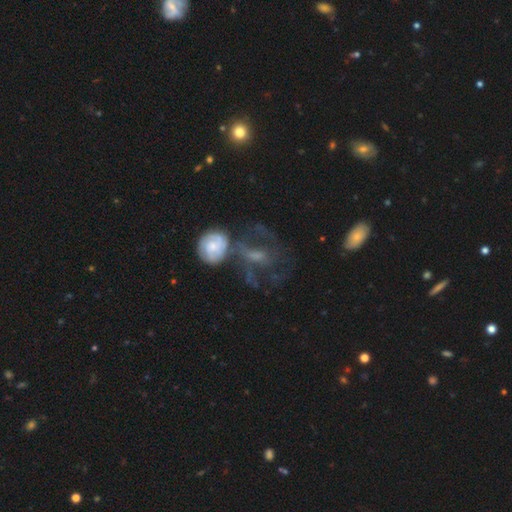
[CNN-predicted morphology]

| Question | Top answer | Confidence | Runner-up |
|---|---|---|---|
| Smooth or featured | featured or disk | 59% | smooth (26%) |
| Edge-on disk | no | 94% | yes (6%) |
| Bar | no | 57% | weak (31%) |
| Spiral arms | yes | 55% | no (45%) |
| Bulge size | moderate | 37% | small (35%) |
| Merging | none | 33% | major disturbance (28%) |